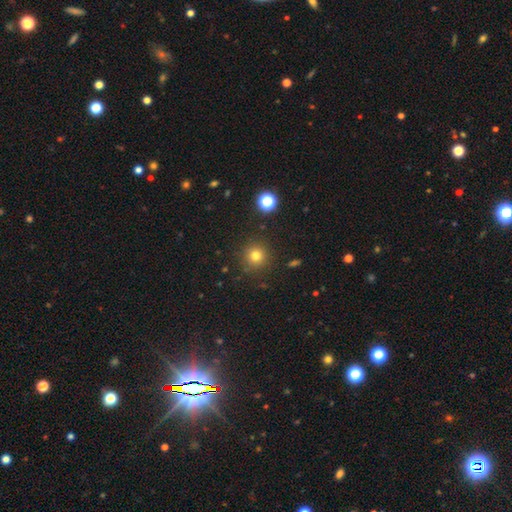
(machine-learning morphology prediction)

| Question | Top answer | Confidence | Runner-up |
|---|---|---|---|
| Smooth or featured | smooth | 76% | star or artifact (17%) |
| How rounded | round | 95% | in between (4%) |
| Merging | none | 89% | minor disturbance (7%) |